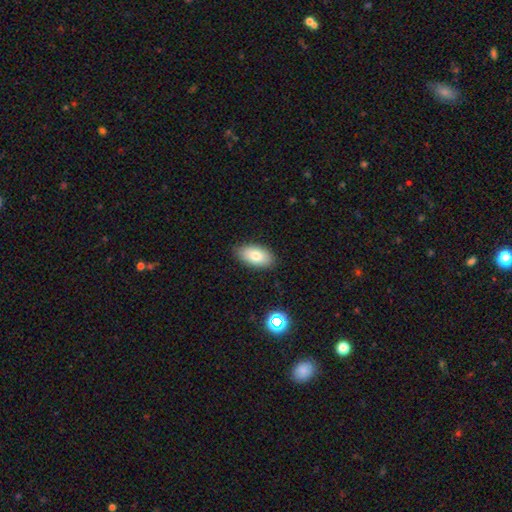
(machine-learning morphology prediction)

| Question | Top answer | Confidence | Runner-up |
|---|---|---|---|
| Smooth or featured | smooth | 80% | featured or disk (13%) |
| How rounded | in between | 94% | round (4%) |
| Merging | none | 86% | minor disturbance (11%) |